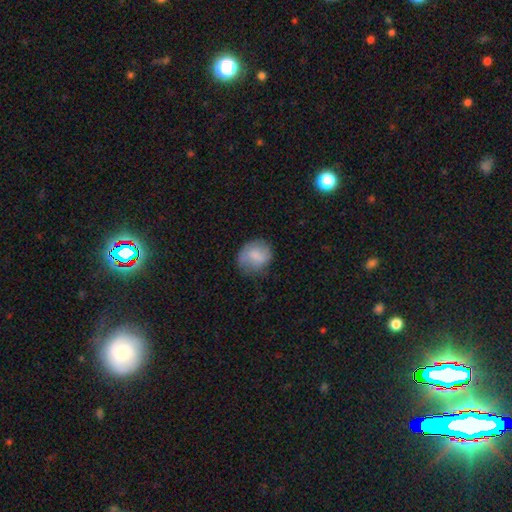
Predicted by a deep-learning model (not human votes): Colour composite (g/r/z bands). It shows a smooth galaxy with no disk features (74%) that is round (68%). Merging: none (60%).